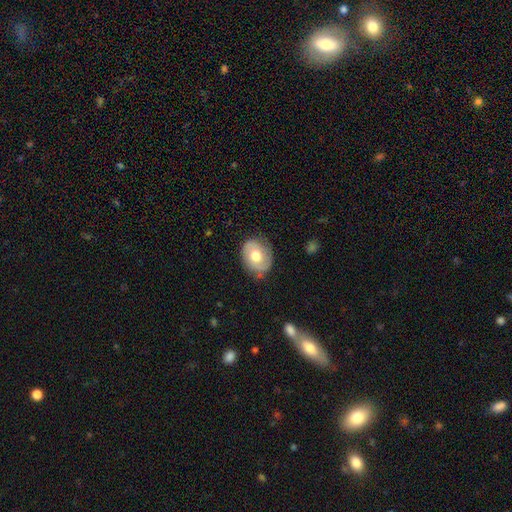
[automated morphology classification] Smooth or featured? Predicted: smooth (p=0.47). Merging? Predicted: none (p=0.74).